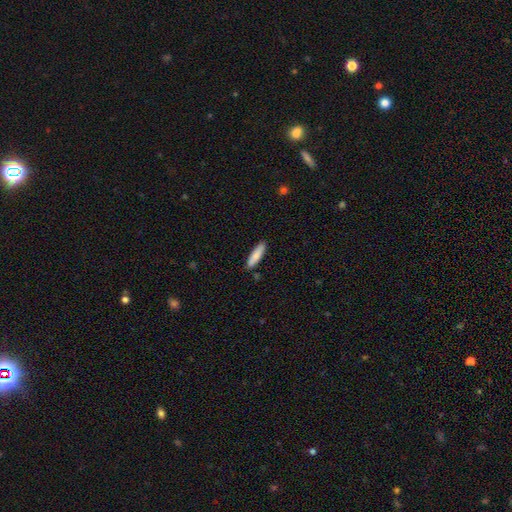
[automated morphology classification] This is clearly a smooth galaxy (84%). How rounded: likely cigar-shaped (74%). Merging: clearly none (86%).